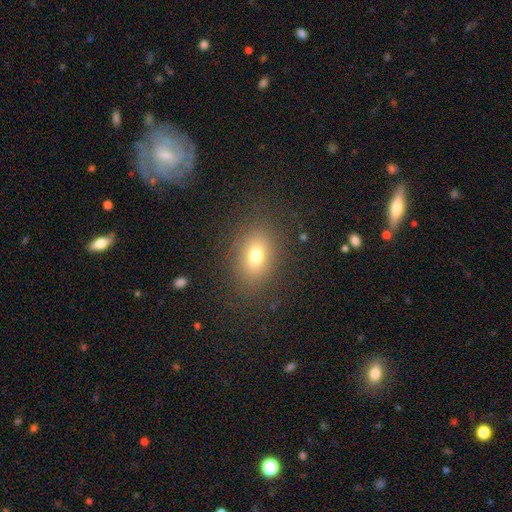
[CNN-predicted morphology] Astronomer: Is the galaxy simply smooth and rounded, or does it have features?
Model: smooth — 72%.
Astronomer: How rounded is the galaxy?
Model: in between — 68%.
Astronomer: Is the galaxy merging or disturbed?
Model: none — 83%.